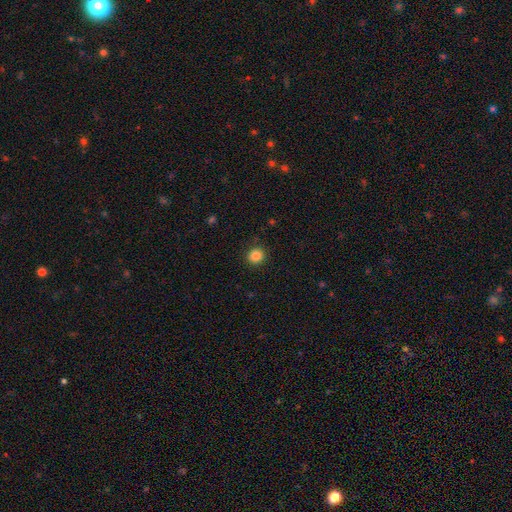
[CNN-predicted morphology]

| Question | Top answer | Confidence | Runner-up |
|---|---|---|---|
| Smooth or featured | smooth | 85% | star or artifact (11%) |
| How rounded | round | 88% | in between (11%) |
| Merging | none | 90% | minor disturbance (7%) |